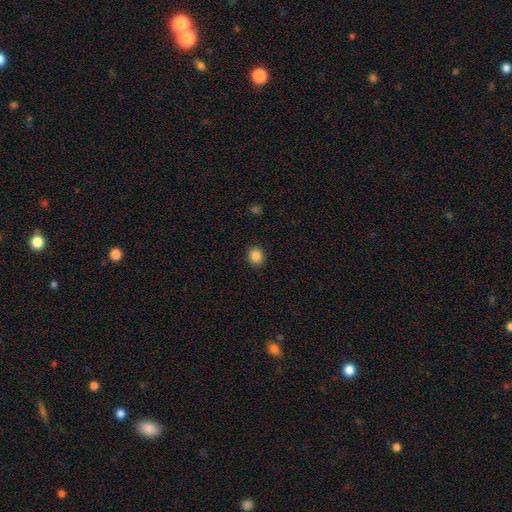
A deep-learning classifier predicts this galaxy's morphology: smooth-or-featured: smooth: 86% | star or artifact: 10% | featured or disk: 4%
  how-rounded: round: 80% | in between: 19% | cigar-shaped: 1%
  merging: none: 91% | minor disturbance: 6% | major disturbance: 2% | merger: 1%